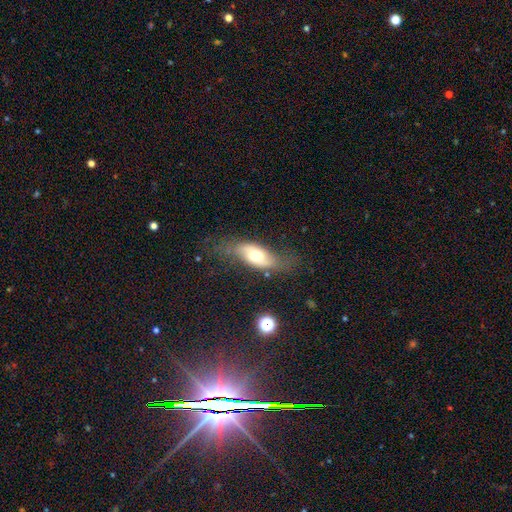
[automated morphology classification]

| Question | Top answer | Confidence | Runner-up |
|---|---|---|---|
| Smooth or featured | featured or disk | 50% | smooth (43%) |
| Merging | none | 57% | minor disturbance (26%) |